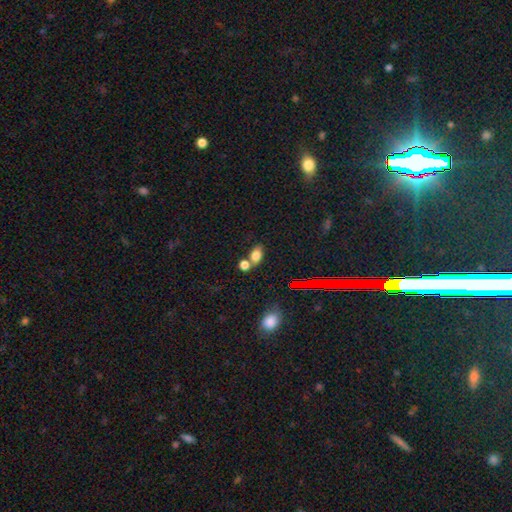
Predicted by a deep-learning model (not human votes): smooth-or-featured: smooth: 76% | star or artifact: 14% | featured or disk: 10%
  how-rounded: in between: 80% | round: 18% | cigar-shaped: 2%
  merging: none: 47% | merger: 38% | minor disturbance: 11% | major disturbance: 4%